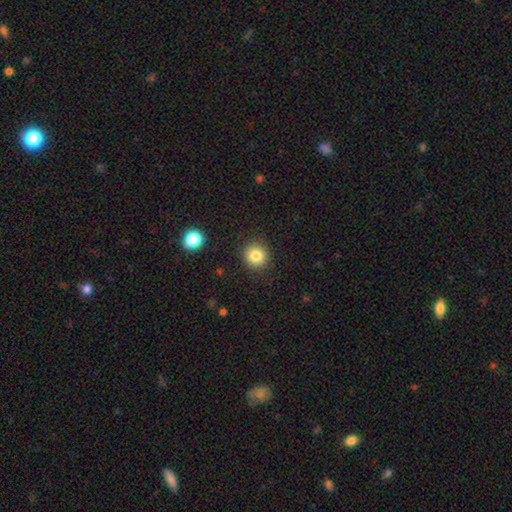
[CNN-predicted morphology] type=smooth (82%); roundness=round (92%); merging=none (90%).